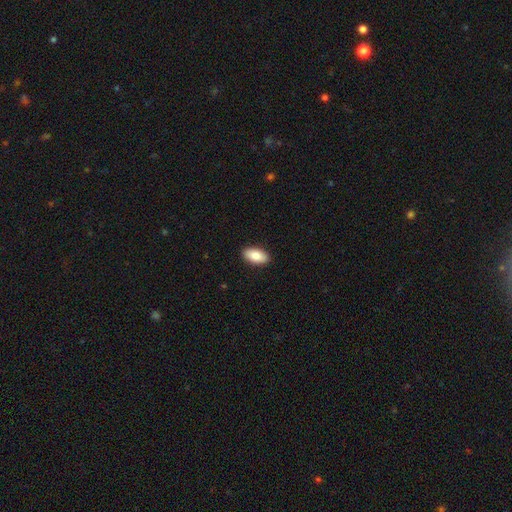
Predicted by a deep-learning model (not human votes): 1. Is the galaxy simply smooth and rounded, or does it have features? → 86% smooth, 8% featured or disk, 6% star or artifact.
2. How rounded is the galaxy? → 93% in between, 4% cigar-shaped, 3% round.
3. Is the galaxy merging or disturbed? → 91% none, 7% minor disturbance, 2% major disturbance, 1% merger.